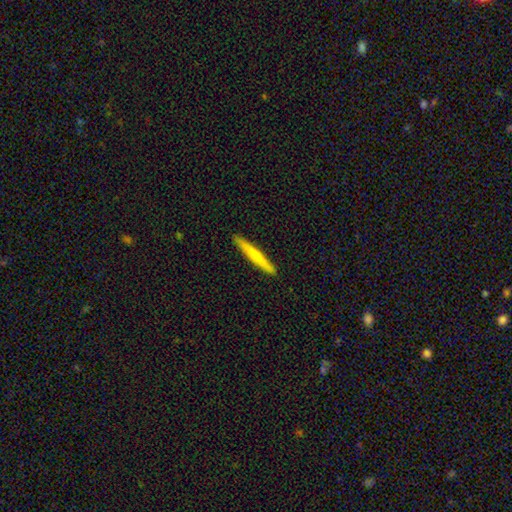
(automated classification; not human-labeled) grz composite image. It shows a smooth galaxy with no disk features (58%) that is cigar-shaped (96%). Merging: none (91%).